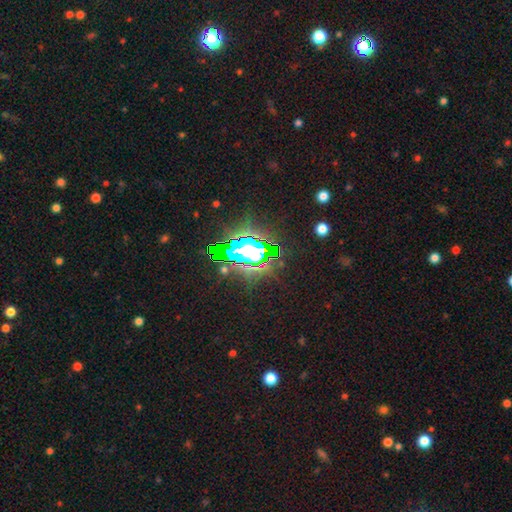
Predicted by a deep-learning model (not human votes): Smooth or featured? Predicted: star or artifact (p=0.72).